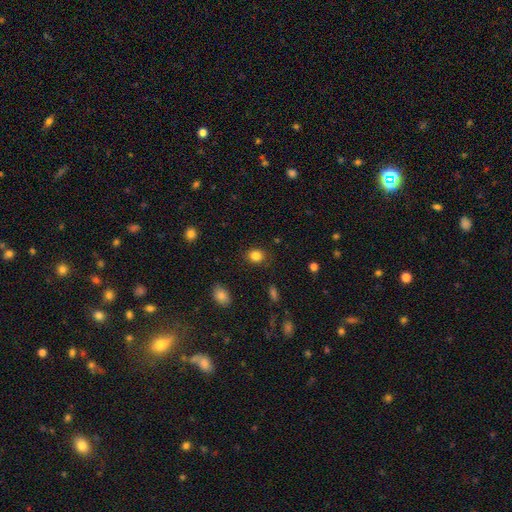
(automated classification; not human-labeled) The model was most divided on "how rounded": round: 65%, in between: 34%, cigar-shaped: 1%. More confident: merging — none (85%); smooth or featured — smooth (84%).